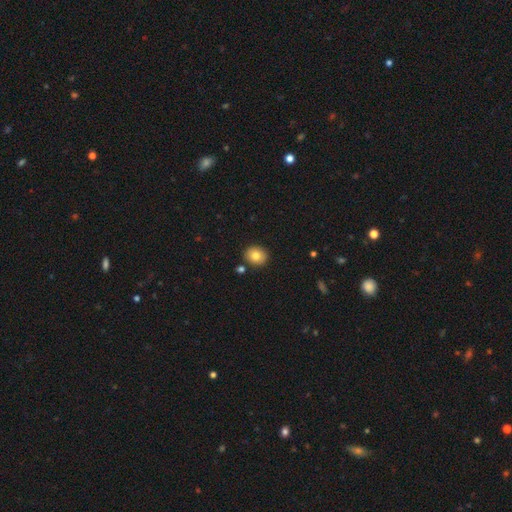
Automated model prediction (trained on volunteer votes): The model was most divided on "how rounded": round: 73%, in between: 26%, cigar-shaped: 1%. More confident: merging — none (86%); smooth or featured — smooth (80%).